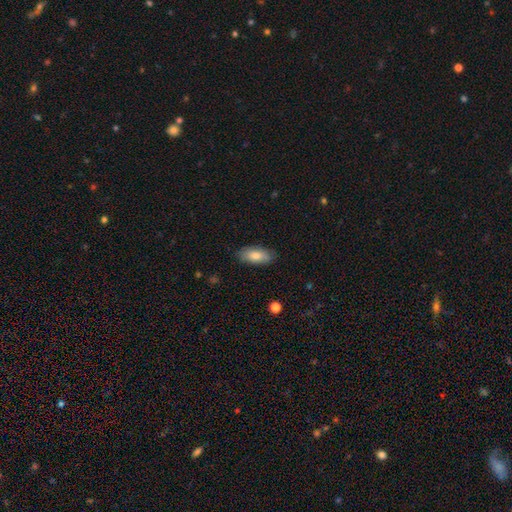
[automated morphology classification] Smooth or featured? smooth (79%)
How rounded? in between (88%)
Merging? none (84%)